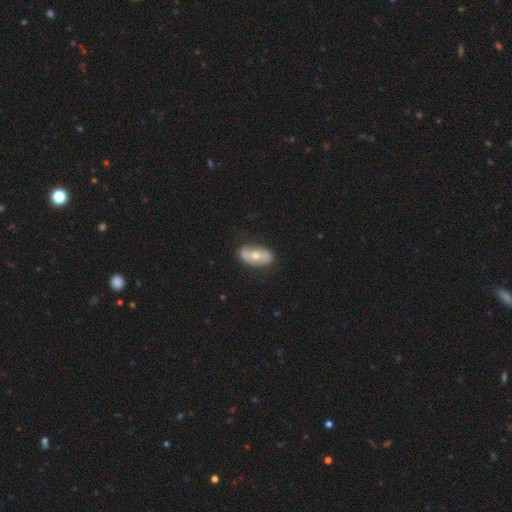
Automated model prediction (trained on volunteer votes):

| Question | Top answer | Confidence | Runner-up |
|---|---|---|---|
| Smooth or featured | featured or disk | 50% | smooth (44%) |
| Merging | none | 79% | minor disturbance (16%) |